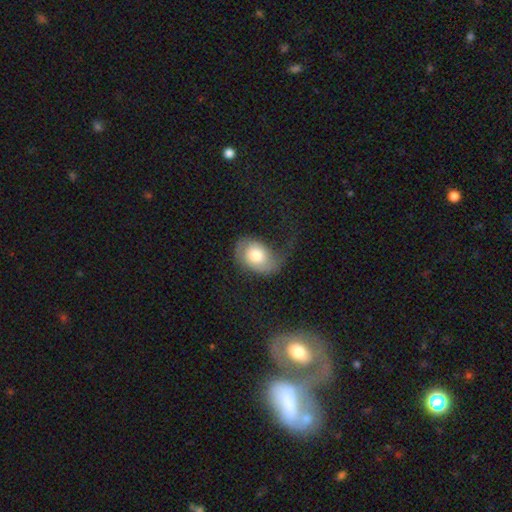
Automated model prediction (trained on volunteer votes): Morphology: type=smooth (49%); merging=major disturbance (39%).